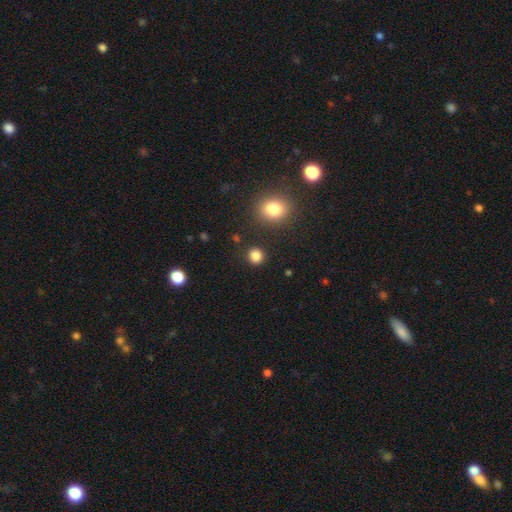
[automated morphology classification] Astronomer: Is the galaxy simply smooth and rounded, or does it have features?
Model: smooth — 84%.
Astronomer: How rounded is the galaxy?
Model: round — 85%.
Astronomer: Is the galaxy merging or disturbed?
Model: none — 89%.